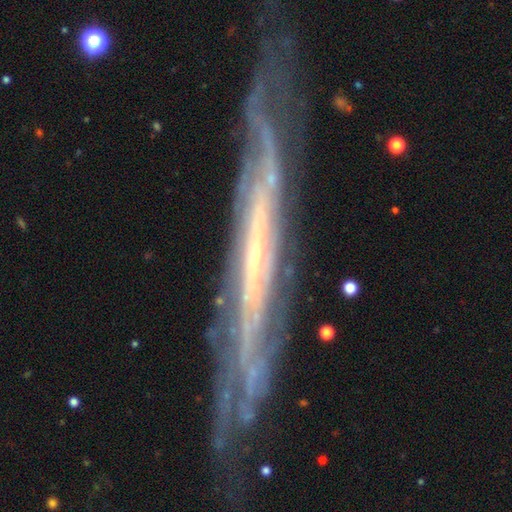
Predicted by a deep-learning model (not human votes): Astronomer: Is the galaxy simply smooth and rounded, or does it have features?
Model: featured or disk — 85%.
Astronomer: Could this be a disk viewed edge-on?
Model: yes — 59% (runner-up: no, 41%).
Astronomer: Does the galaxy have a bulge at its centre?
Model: none — 65%.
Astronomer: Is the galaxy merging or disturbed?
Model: none — 69%.